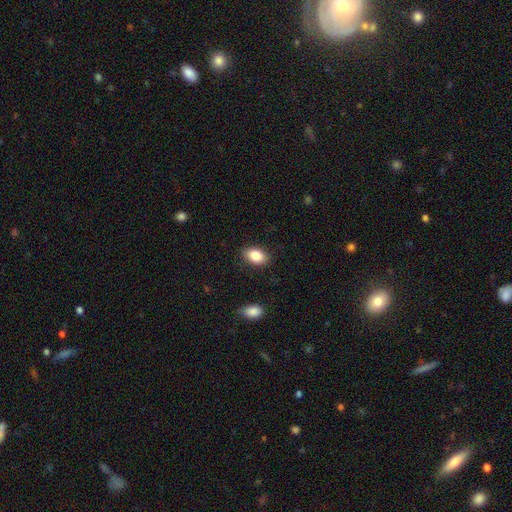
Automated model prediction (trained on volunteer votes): This is clearly a smooth galaxy (85%). How rounded: clearly in between (87%). Merging: clearly none (86%).